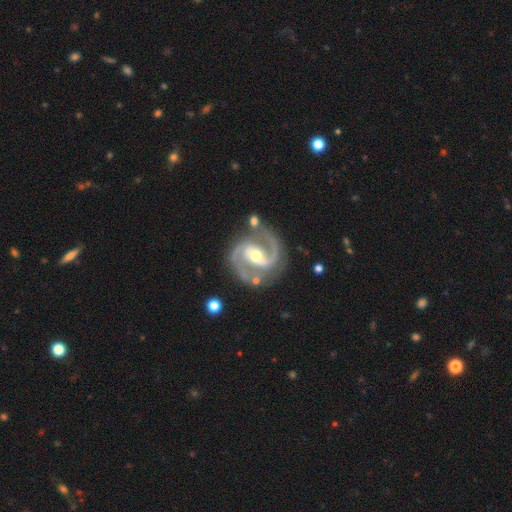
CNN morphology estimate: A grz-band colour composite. It shows a featured or disk galaxy (93%) with a weak bar (40%), 2 (93%) medium (63%) spiral arms (98%) and a moderate central bulge (68%). Merging: none (76%).